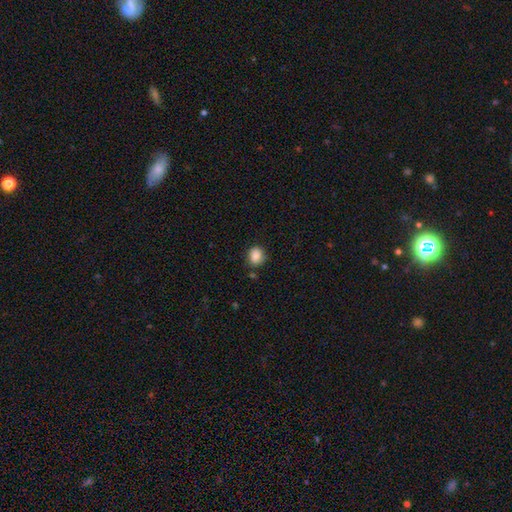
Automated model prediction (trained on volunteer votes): smooth 86%, star or artifact 9%, featured or disk 5%. Down the decision tree: how rounded — round (60%); merging — none (74%).